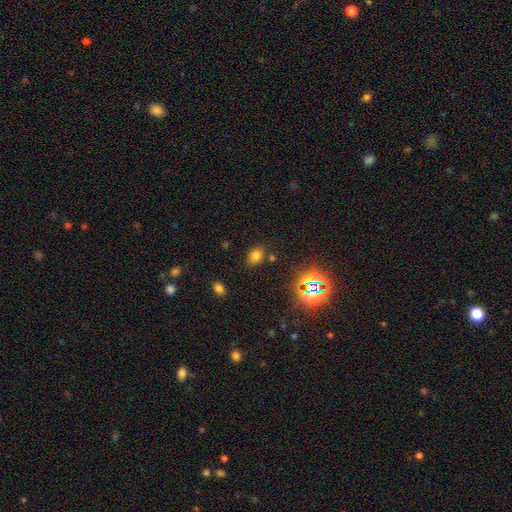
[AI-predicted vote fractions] Smooth or featured: smooth — 70% (star or artifact — 22%)
How rounded: in between — 71% (round — 28%)
Merging: none — 79% (minor disturbance — 12%)